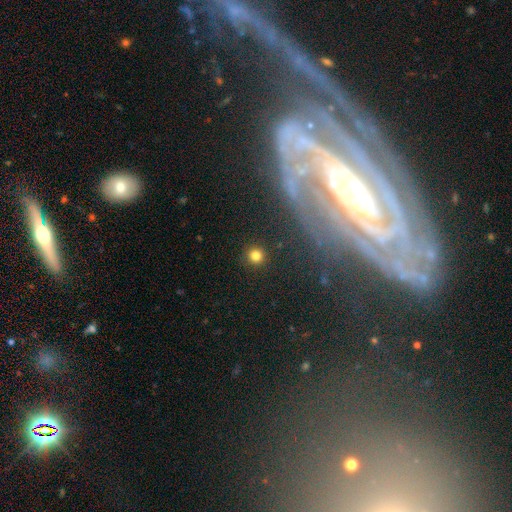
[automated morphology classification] smooth-or-featured: smooth: 80% | star or artifact: 14% | featured or disk: 6%
  how-rounded: round: 94% | in between: 5% | cigar-shaped: 1%
  merging: none: 91% | minor disturbance: 5% | major disturbance: 2% | merger: 2%